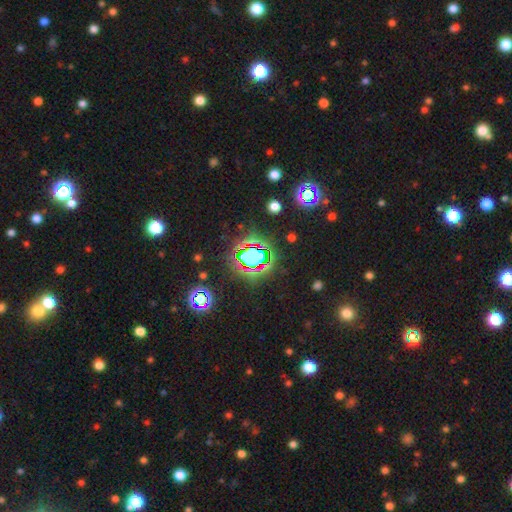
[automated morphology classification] star or artifact 67%, smooth 21%, featured or disk 12%.